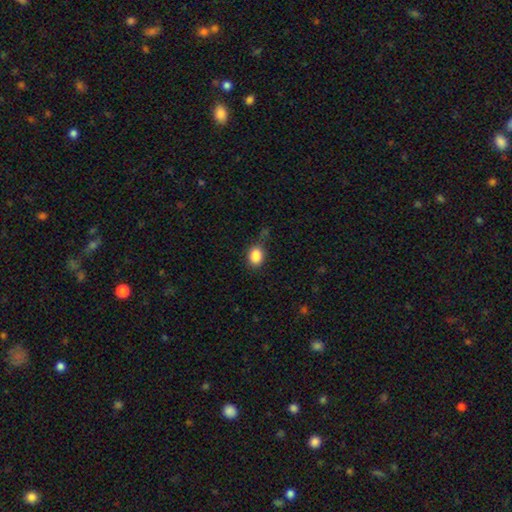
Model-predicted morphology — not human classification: This is clearly a smooth galaxy (86%). How rounded: possibly in between (55%). Merging: likely none (73%).